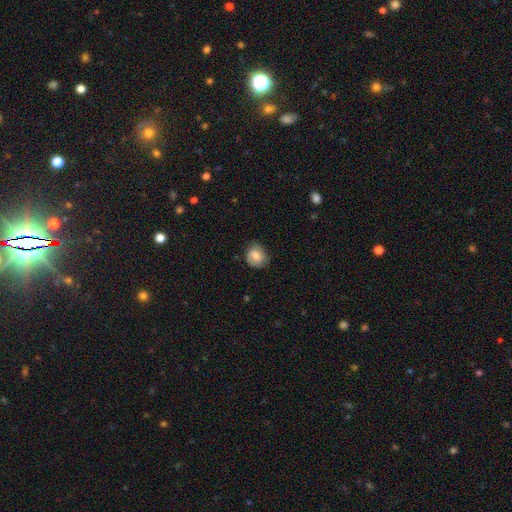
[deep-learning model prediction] smooth_or_featured: smooth (p=0.65) [alt: featured or disk p=0.27]
how_rounded: round (p=0.73) [alt: in between p=0.26]
merging: none (p=0.69) [alt: minor disturbance p=0.24]